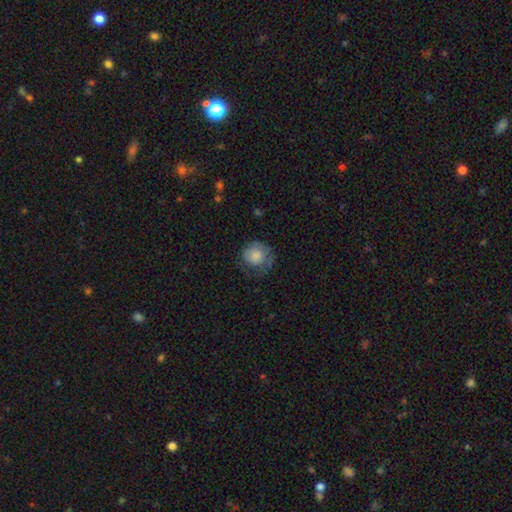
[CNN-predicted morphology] smooth_or_featured: smooth (p=0.77) [alt: featured or disk p=0.15]
how_rounded: round (p=0.87) [alt: in between p=0.12]
merging: none (p=0.54) [alt: minor disturbance p=0.27]